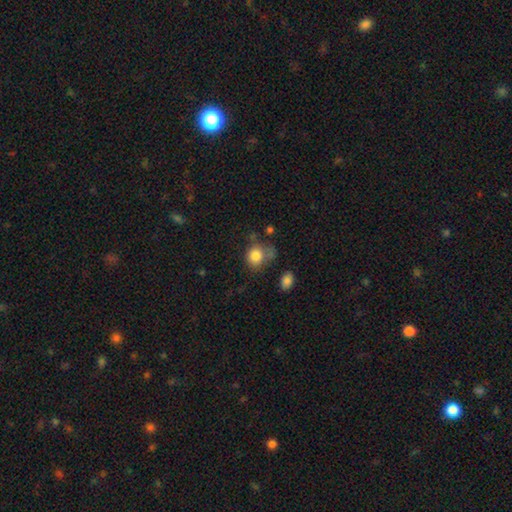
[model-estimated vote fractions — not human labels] Smooth or featured: smooth — 82% (star or artifact — 10%)
How rounded: round — 69% (in between — 30%)
Merging: none — 49% (minor disturbance — 26%)